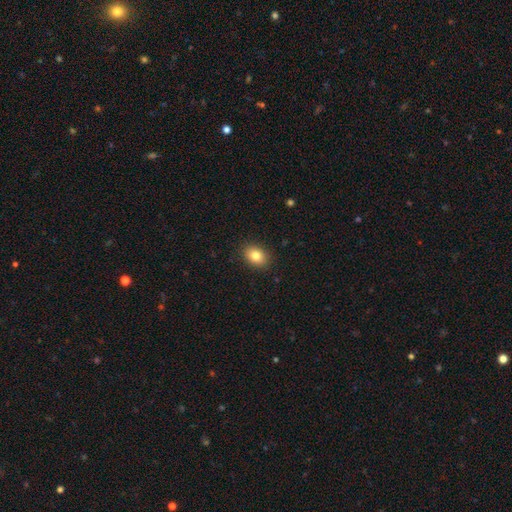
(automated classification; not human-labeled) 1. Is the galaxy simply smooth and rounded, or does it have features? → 83% smooth, 9% star or artifact, 8% featured or disk.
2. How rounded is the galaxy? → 73% in between, 26% round, 1% cigar-shaped.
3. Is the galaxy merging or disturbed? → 89% none, 8% minor disturbance, 2% major disturbance, 1% merger.